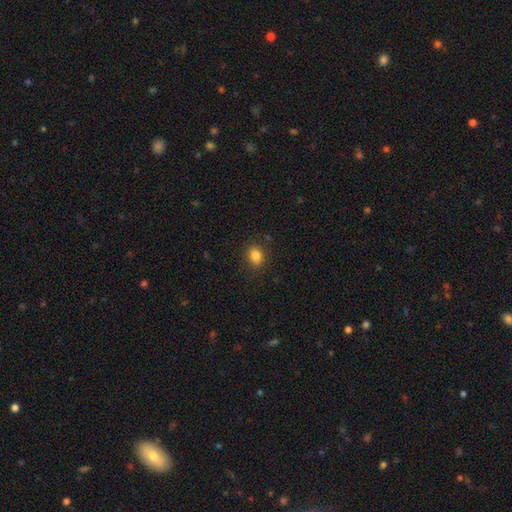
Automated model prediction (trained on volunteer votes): smooth_or_featured: smooth (p=0.83) [alt: star or artifact p=0.11]
how_rounded: round (p=0.50) [alt: in between p=0.49]
merging: none (p=0.86) [alt: minor disturbance p=0.10]